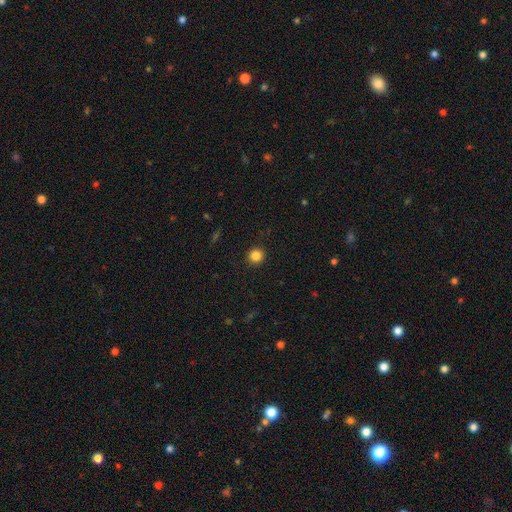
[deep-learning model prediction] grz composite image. It shows a smooth galaxy with no disk features (84%) that is round (93%). Merging: none (92%).